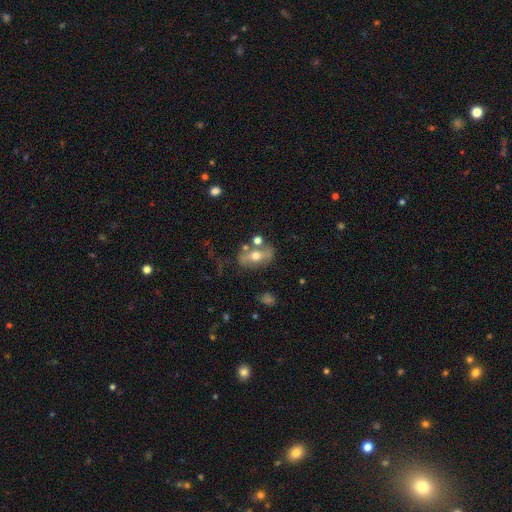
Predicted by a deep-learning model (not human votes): The model was most divided on "smooth or featured": featured or disk: 54%, smooth: 37%, star or artifact: 10%. More confident: edge-on disk — no (72%); merging — none (62%).